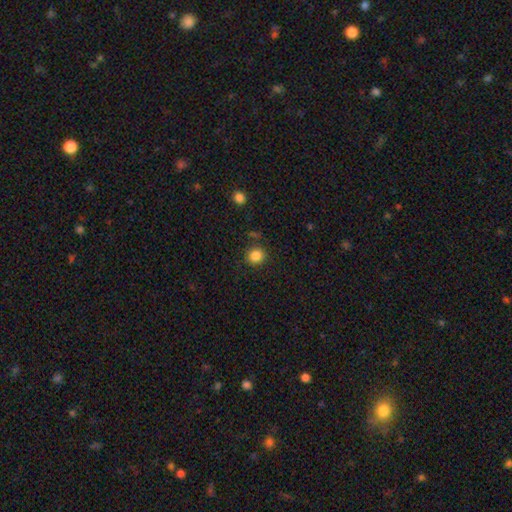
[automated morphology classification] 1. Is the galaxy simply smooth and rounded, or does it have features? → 84% smooth, 11% star or artifact, 5% featured or disk.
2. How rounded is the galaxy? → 87% round, 12% in between, 1% cigar-shaped.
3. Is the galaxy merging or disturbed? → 86% none, 8% minor disturbance, 3% merger, 3% major disturbance.